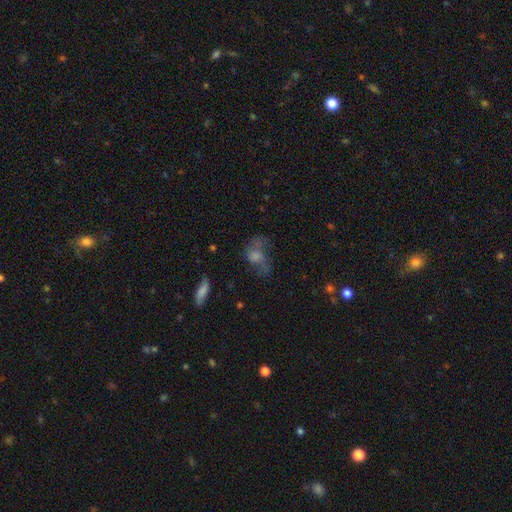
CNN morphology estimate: Smooth or featured?
  - featured or disk: 49% *
  - smooth: 33%
  - star or artifact: 19%
Merging?
  - none: 42% *
  - major disturbance: 32%
  - minor disturbance: 20%
  - merger: 5%